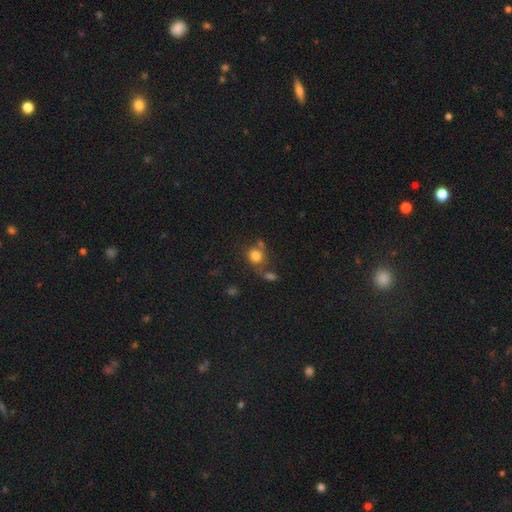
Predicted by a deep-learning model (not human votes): Overall: smooth (79%). How rounded: round (80%). Merging: none (54%; merger 23%).